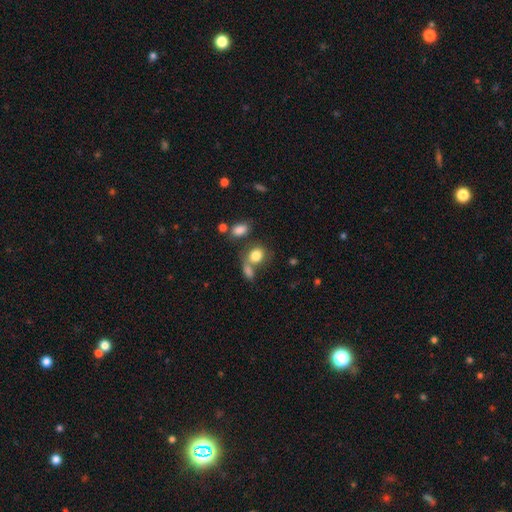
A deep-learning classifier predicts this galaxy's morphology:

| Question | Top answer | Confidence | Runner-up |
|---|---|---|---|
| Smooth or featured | smooth | 81% | star or artifact (10%) |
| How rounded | in between | 58% | round (40%) |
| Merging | none | 45% | merger (36%) |